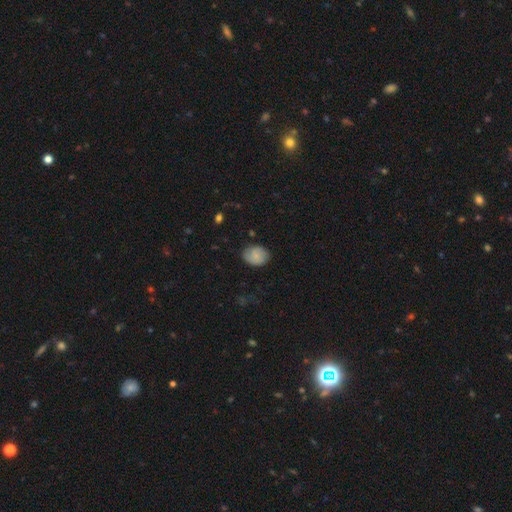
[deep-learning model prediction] smooth-or-featured: smooth: 74% | featured or disk: 18% | star or artifact: 8%
  how-rounded: in between: 55% | round: 44% | cigar-shaped: 1%
  merging: none: 76% | minor disturbance: 19% | major disturbance: 4% | merger: 1%